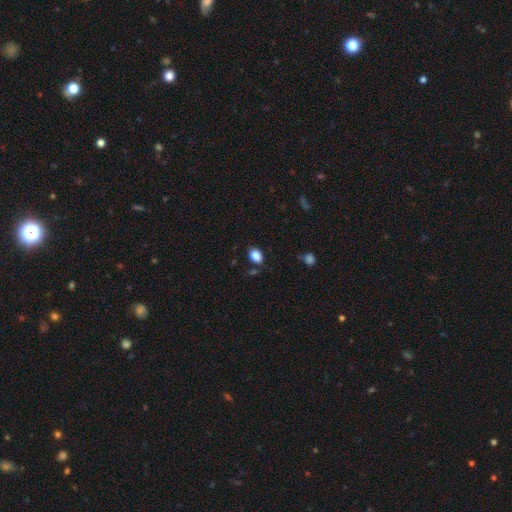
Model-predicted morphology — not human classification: Smooth or featured? Predicted: smooth (p=0.86). How rounded? Predicted: in between (p=0.74). Merging? Predicted: none (p=0.79).